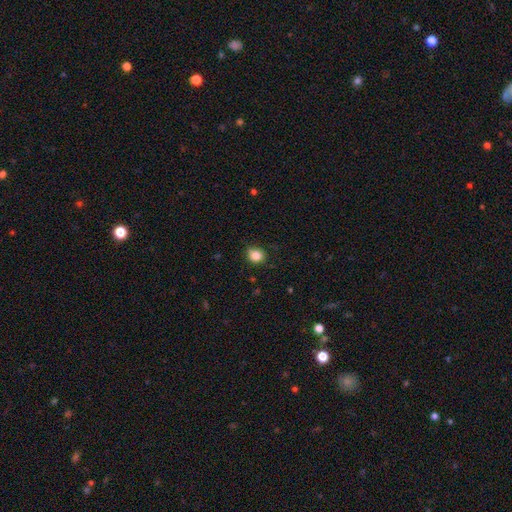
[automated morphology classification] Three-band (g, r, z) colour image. It shows a smooth galaxy with no disk features (84%) that is round (77%). Merging: none (78%).